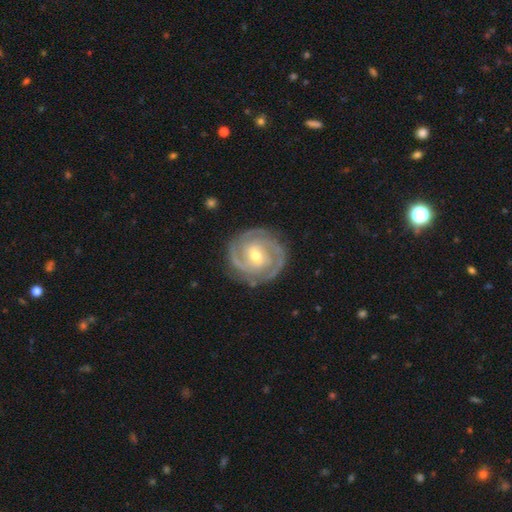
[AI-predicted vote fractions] This appears to be a featured or disk galaxy (90%) with a weak bar (46%), 2 (44%) tight (73%) spiral arms (98%) and a moderate central bulge (56%). Merging: none (85%).